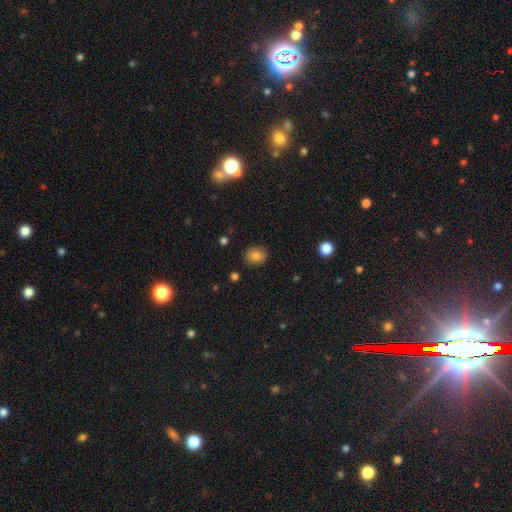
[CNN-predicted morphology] smooth 83%, star or artifact 10%, featured or disk 7%. Down the decision tree: how rounded — round (57%); merging — none (86%).